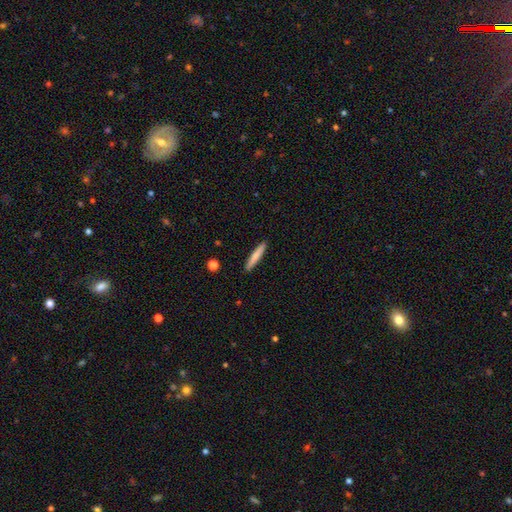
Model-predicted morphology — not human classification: smooth_or_featured: smooth (p=0.76) [alt: featured or disk p=0.18]
how_rounded: cigar-shaped (p=0.93) [alt: in between p=0.05]
merging: none (p=0.91) [alt: minor disturbance p=0.06]